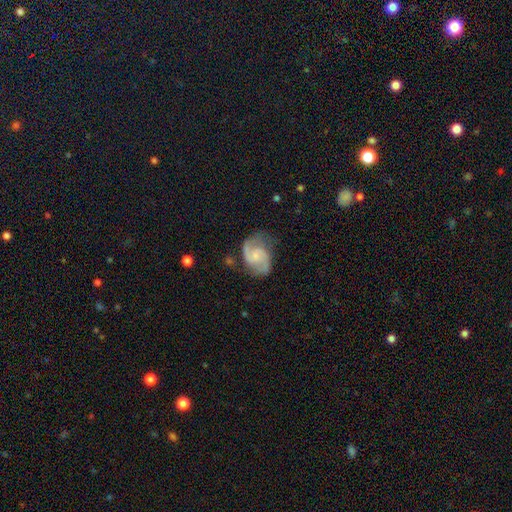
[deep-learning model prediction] Smooth or featured: featured or disk — 84% (smooth — 10%)
Edge-on disk: no — 98% (yes — 2%)
Bar: no — 59% (weak — 35%)
Spiral arms: yes — 97% (no — 3%)
Spiral winding: medium — 56% (loose — 25%)
Spiral arm count: 2 — 91% (can't tell — 3%)
Bulge size: small — 57% (moderate — 25%)
Merging: none — 70% (minor disturbance — 20%)